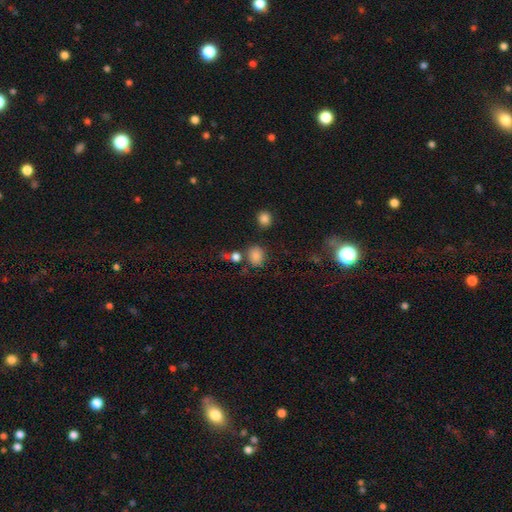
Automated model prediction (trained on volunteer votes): The model was most divided on "how rounded": round: 63%, in between: 36%, cigar-shaped: 1%. More confident: smooth or featured — smooth (81%); merging — none (69%).